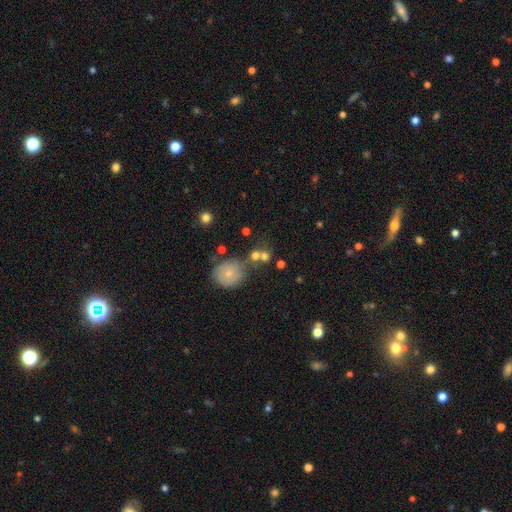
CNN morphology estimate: This is likely a smooth galaxy (68%). How rounded: clearly round (84%). Merging: possibly none (52%).